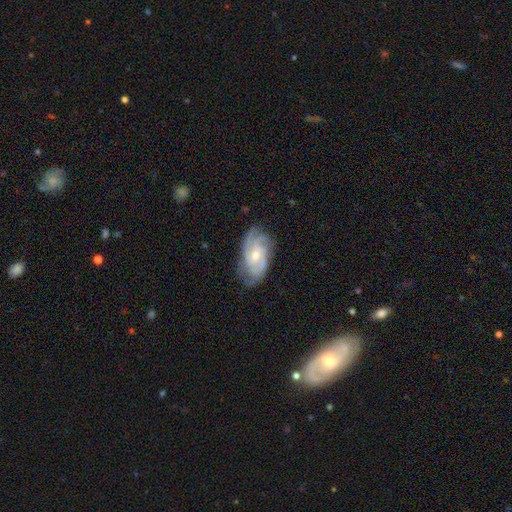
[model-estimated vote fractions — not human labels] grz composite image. It shows a featured or disk galaxy (83%) with no bar (57%), 3 (34%) tight (57%) spiral arms (96%) and a small central bulge (49%). Merging: none (74%).